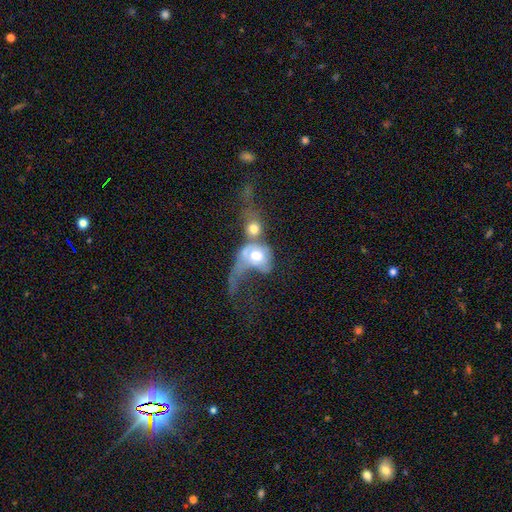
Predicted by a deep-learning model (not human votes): Smooth or featured?
  - smooth: 50% *
  - featured or disk: 41%
  - star or artifact: 9%
Merging?
  - merger: 68% *
  - major disturbance: 22%
  - none: 6%
  - minor disturbance: 4%